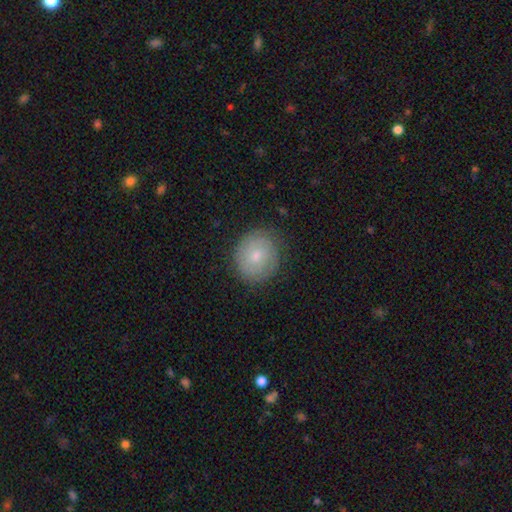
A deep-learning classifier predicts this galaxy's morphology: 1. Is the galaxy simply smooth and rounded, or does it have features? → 48% smooth, 44% featured or disk, 8% star or artifact.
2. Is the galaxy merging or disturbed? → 83% none, 13% minor disturbance, 4% major disturbance, 1% merger.